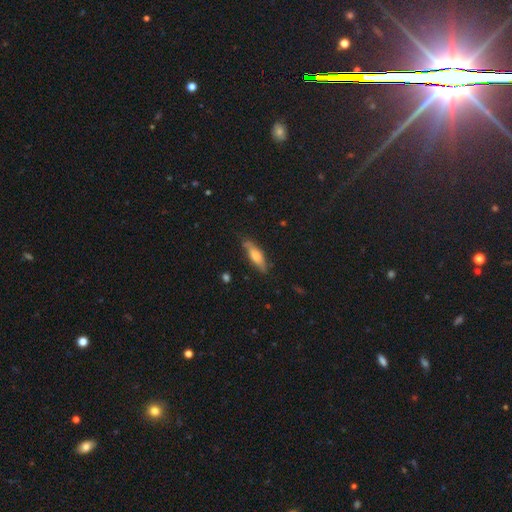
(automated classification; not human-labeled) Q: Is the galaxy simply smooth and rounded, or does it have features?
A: smooth — 54%.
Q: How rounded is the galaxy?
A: cigar-shaped — 64%.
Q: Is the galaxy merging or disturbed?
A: none — 79%.